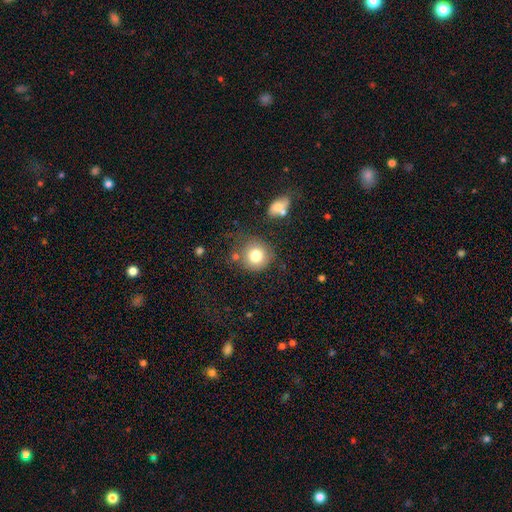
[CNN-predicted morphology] A smooth galaxy with no disk features (79%) that is round (90%).

Vote fractions:
- Smooth or featured? smooth: 79% / star or artifact: 11% / featured or disk: 10%
- How rounded? round: 90% / in between: 9% / cigar-shaped: 1%
- Merging? none: 74% / minor disturbance: 13% / merger: 7% / major disturbance: 5%